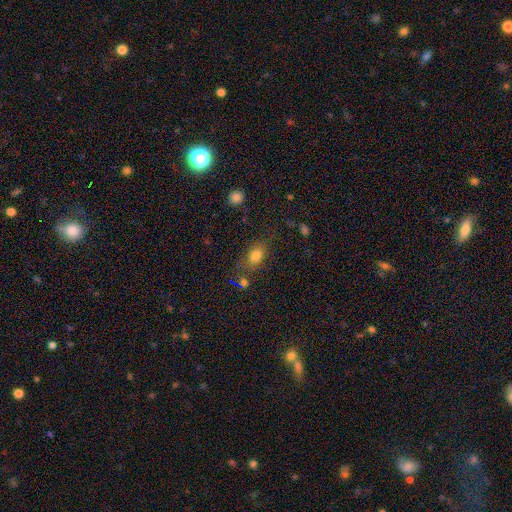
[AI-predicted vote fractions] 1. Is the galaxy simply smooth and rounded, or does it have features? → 77% smooth, 13% star or artifact, 10% featured or disk.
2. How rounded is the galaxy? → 74% in between, 22% round, 4% cigar-shaped.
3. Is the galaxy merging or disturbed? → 66% none, 18% minor disturbance, 9% major disturbance, 7% merger.